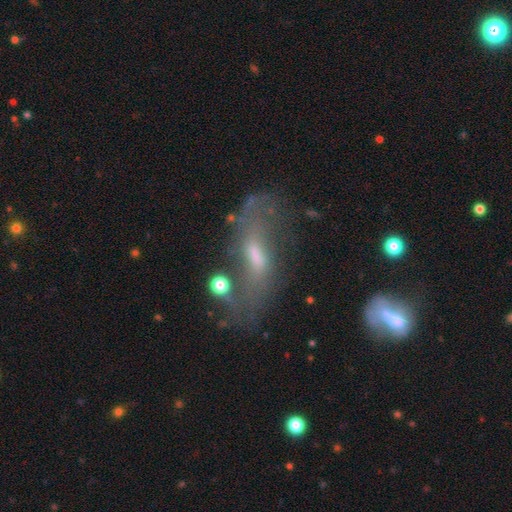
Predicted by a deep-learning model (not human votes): featured or disk 63%, smooth 26%, star or artifact 11%. Down the decision tree: edge-on disk — no (85%); bar — weak (47%); spiral arms — yes (66%); bulge size — moderate (40%); merging — none (47%).